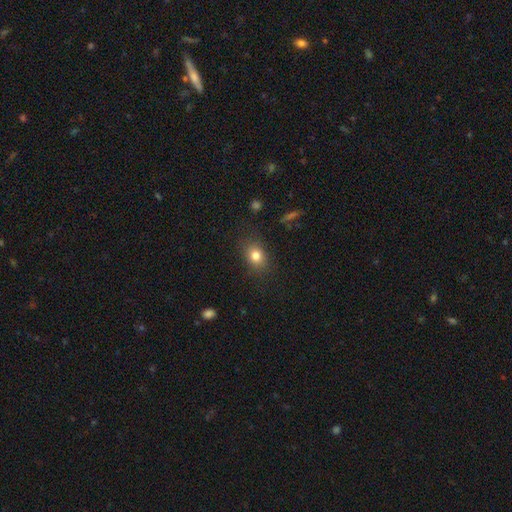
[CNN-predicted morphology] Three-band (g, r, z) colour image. It shows a smooth galaxy with no disk features (80%) that is in between round and cigar-shaped (56%). Merging: none (82%).